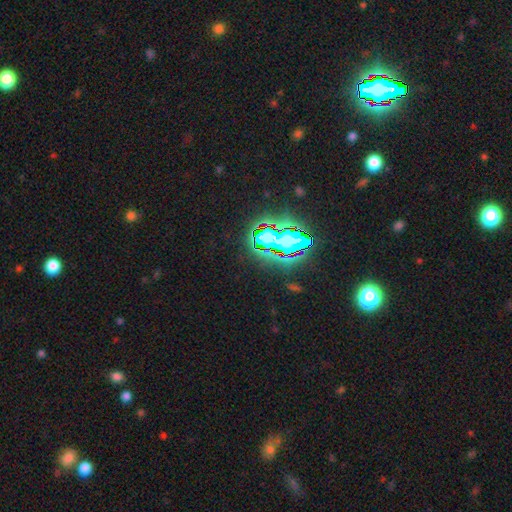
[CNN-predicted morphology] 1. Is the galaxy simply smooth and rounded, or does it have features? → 82% star or artifact, 11% smooth, 7% featured or disk.